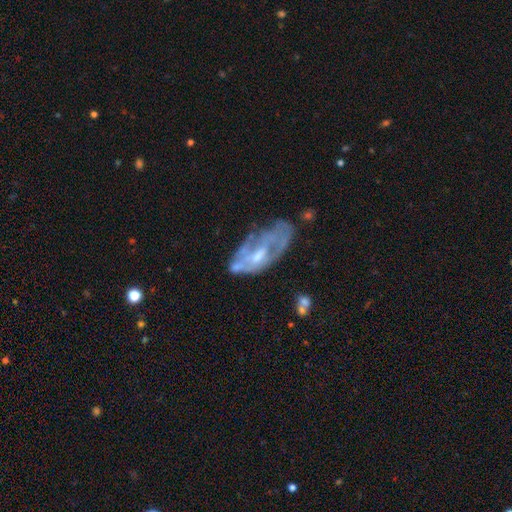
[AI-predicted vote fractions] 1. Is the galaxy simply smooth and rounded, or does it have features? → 67% featured or disk, 24% smooth, 9% star or artifact.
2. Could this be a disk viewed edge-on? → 90% no, 10% yes.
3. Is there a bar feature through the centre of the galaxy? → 62% no, 30% weak, 8% strong.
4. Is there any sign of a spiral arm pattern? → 61% no, 39% yes.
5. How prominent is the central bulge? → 44% small, 40% moderate, 12% none, 3% large, 1% dominant.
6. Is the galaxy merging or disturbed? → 43% none, 26% minor disturbance, 23% major disturbance, 8% merger.